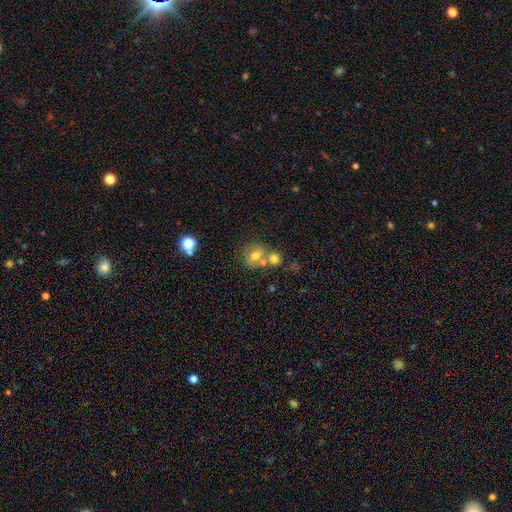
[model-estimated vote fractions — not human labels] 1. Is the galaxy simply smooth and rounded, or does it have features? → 60% smooth, 25% featured or disk, 16% star or artifact.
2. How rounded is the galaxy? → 75% round, 24% in between, 1% cigar-shaped.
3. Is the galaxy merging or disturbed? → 44% none, 41% merger, 10% minor disturbance, 5% major disturbance.